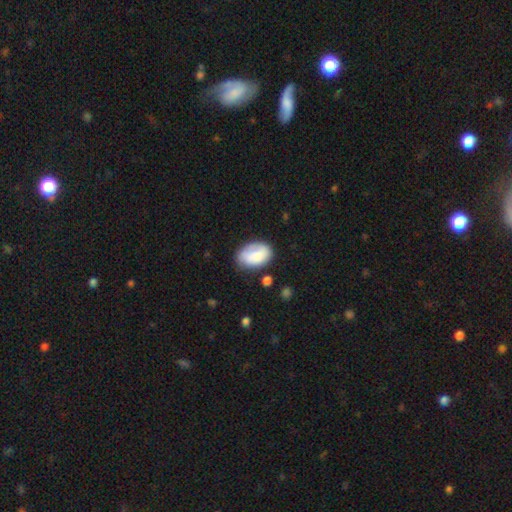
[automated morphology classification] Smooth or featured: smooth — 77% (featured or disk — 16%)
How rounded: in between — 87% (round — 12%)
Merging: none — 61% (minor disturbance — 25%)